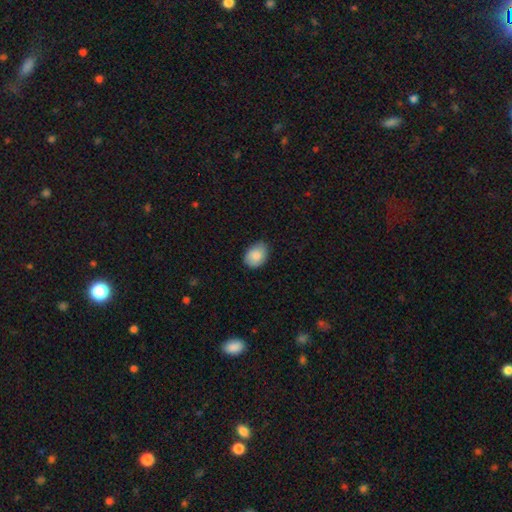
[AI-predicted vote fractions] smooth 87%, star or artifact 7%, featured or disk 6%. Down the decision tree: how rounded — in between (74%); merging — none (76%).